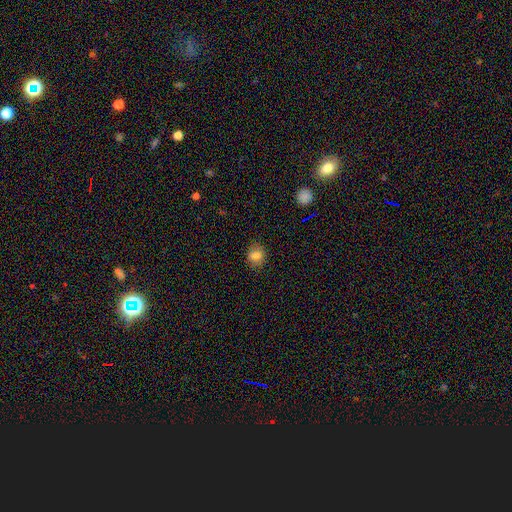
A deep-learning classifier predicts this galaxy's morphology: smooth-or-featured: smooth: 80% | star or artifact: 11% | featured or disk: 9%
  how-rounded: round: 59% | in between: 40% | cigar-shaped: 1%
  merging: none: 84% | minor disturbance: 12% | major disturbance: 3% | merger: 1%